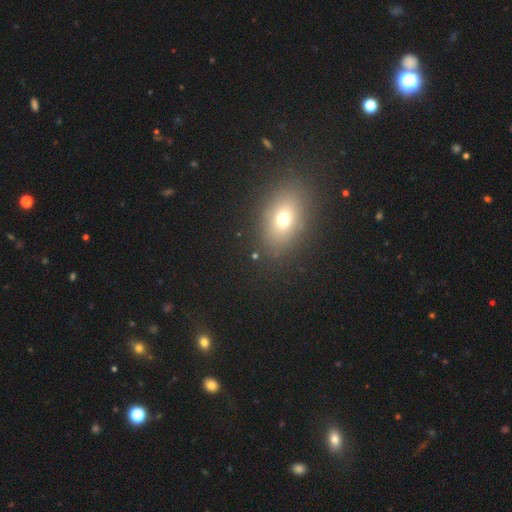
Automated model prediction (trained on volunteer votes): This is likely a smooth galaxy (65%). How rounded: likely in between (66%). Merging: clearly none (85%).